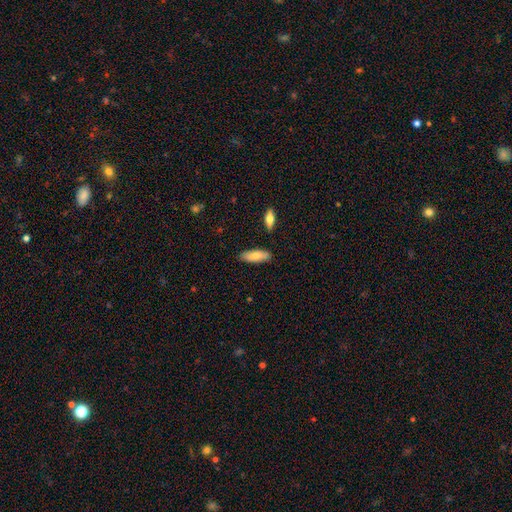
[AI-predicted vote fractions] smooth 78%, featured or disk 16%, star or artifact 6%. Down the decision tree: how rounded — in between (62%); merging — none (84%).